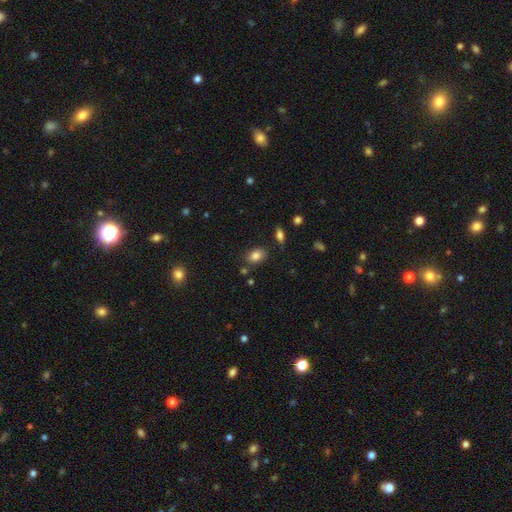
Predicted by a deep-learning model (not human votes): Q: Smooth or featured?
A: smooth (84%); runner-up: star or artifact (10%)
Q: How rounded?
A: in between (79%); runner-up: round (20%)
Q: Merging?
A: none (80%); runner-up: minor disturbance (12%)